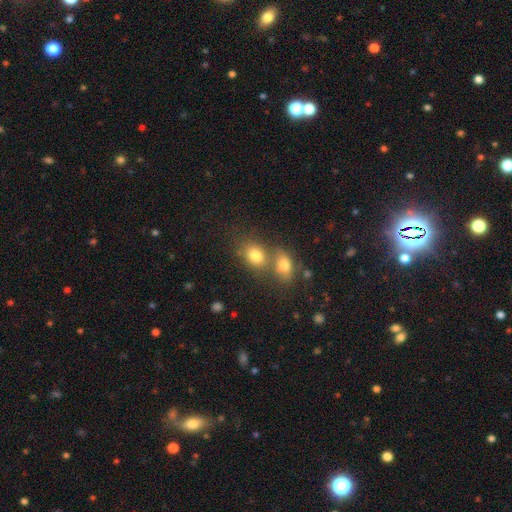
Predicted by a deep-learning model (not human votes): Overall: smooth (79%). How rounded: in between (62%; round 36%). Merging: merger (47%; none 40%).